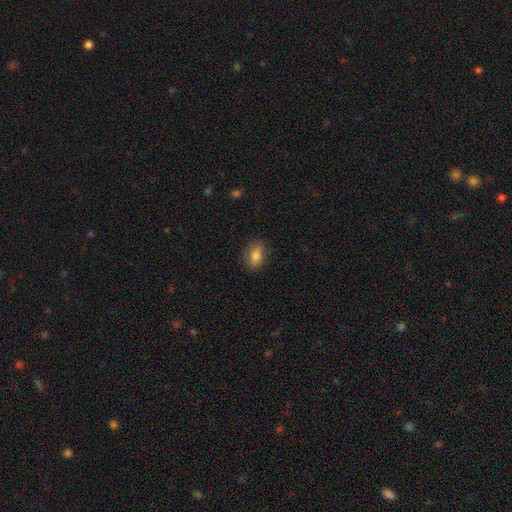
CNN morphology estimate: A smooth galaxy with no disk features (82%) that is in between round and cigar-shaped (83%). Merging: none (84%).